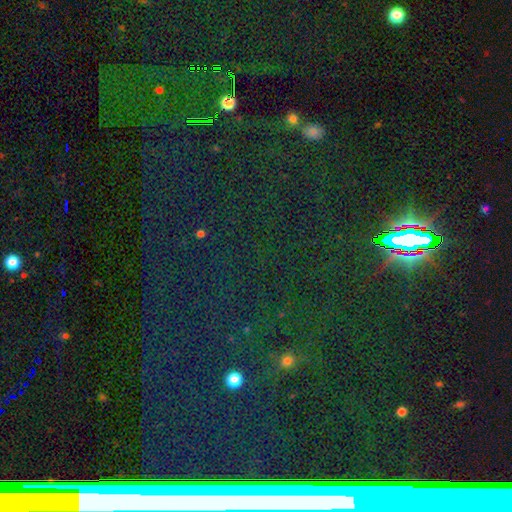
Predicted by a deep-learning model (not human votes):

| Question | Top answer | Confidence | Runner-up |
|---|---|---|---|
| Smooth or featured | star or artifact | 81% | smooth (11%) |